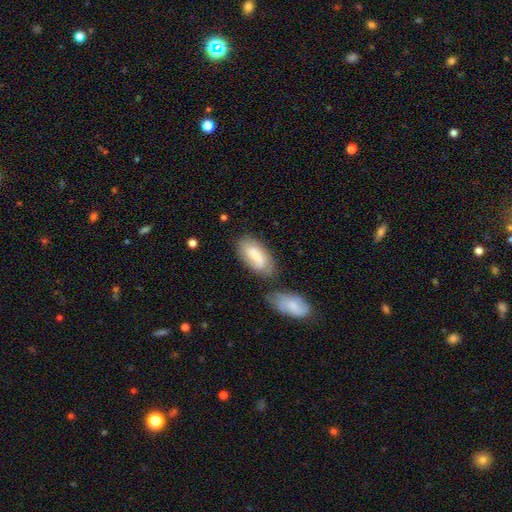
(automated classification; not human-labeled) smooth 69%, featured or disk 24%, star or artifact 6%. Down the decision tree: how rounded — in between (90%); merging — none (53%).